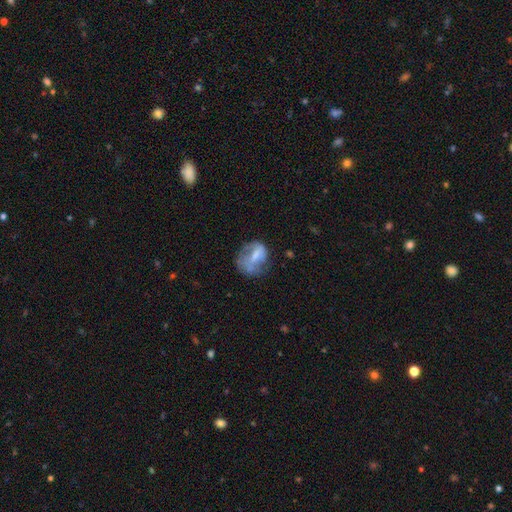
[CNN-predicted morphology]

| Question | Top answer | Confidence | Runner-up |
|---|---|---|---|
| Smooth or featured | smooth | 50% | featured or disk (40%) |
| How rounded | in between | 52% | round (46%) |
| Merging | none | 39% | major disturbance (29%) |